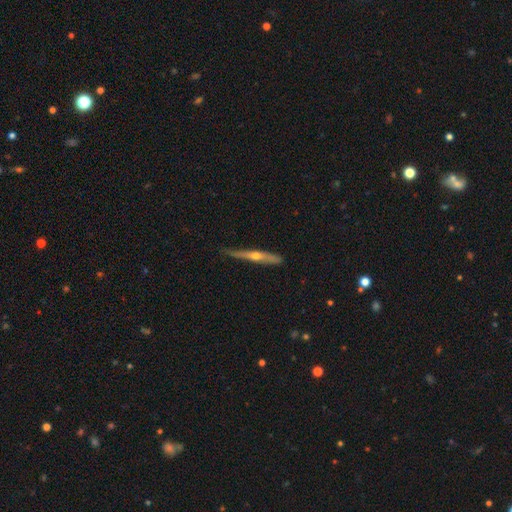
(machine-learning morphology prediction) Smooth or featured? featured or disk (70%)
Edge-on disk? yes (96%)
Edge-on bulge? rounded (87%)
Merging? none (77%)